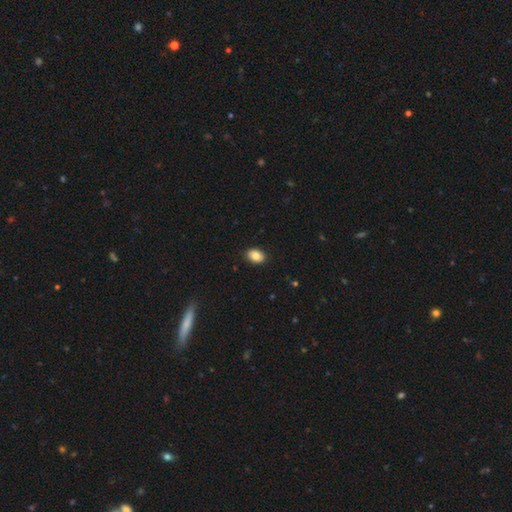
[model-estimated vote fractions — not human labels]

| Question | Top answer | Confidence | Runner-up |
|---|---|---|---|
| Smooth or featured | smooth | 85% | star or artifact (8%) |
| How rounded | in between | 78% | round (21%) |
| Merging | none | 88% | minor disturbance (9%) |